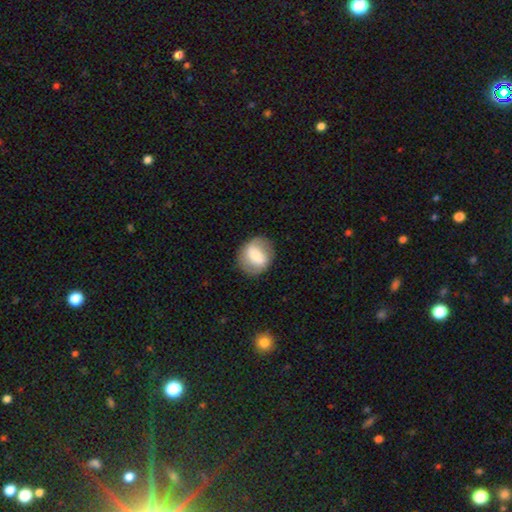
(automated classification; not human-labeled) smooth_or_featured: smooth (p=0.59) [alt: featured or disk p=0.34]
how_rounded: round (p=0.63) [alt: in between p=0.36]
merging: none (p=0.80) [alt: minor disturbance p=0.13]